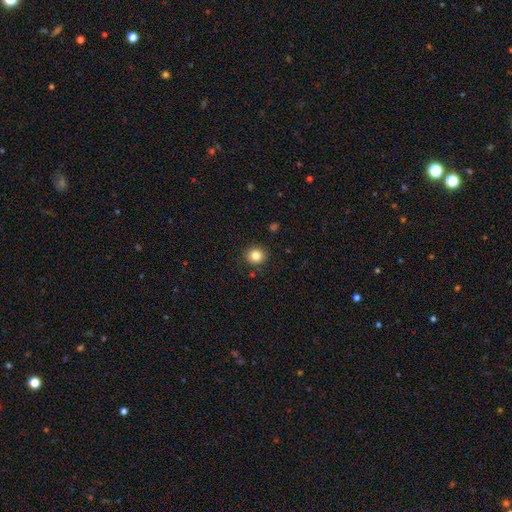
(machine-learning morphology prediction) type=smooth (83%); roundness=round (90%); merging=none (90%).